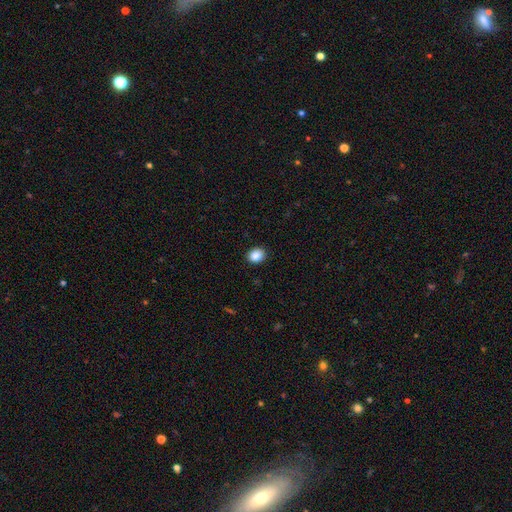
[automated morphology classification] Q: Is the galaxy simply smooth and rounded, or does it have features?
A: smooth — 87%.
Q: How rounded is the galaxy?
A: round — 54%.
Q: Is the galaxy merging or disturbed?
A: none — 90%.